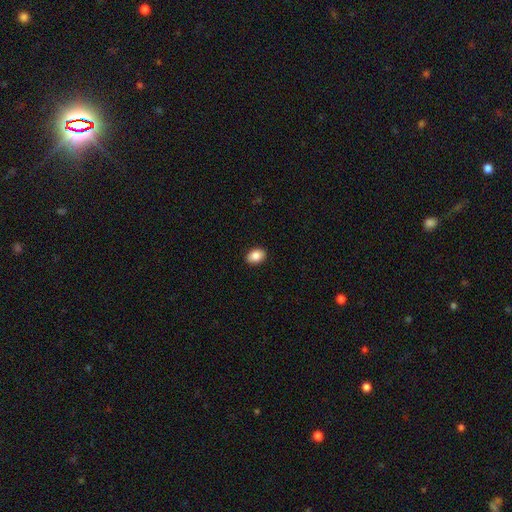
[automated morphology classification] Smooth or featured?
  - smooth: 86% *
  - star or artifact: 8%
  - featured or disk: 6%
How rounded?
  - in between: 81% *
  - round: 18%
  - cigar-shaped: 1%
Merging?
  - none: 90% *
  - minor disturbance: 8%
  - major disturbance: 2%
  - merger: 1%